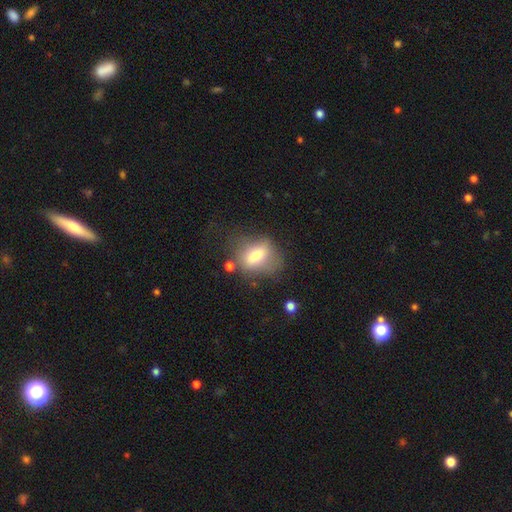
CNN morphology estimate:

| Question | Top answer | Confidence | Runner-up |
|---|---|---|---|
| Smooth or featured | smooth | 69% | featured or disk (22%) |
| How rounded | in between | 75% | round (19%) |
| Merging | none | 51% | minor disturbance (24%) |